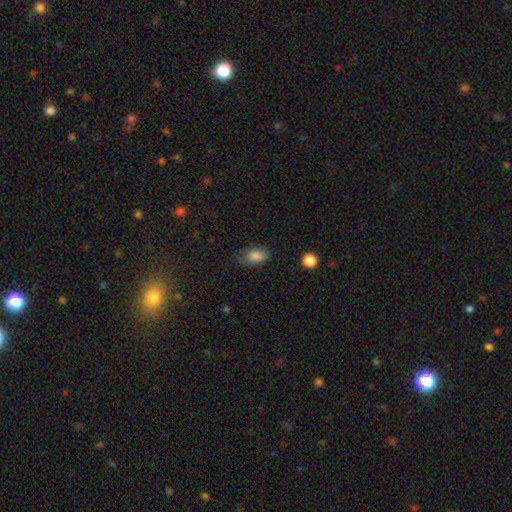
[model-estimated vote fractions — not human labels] This appears to be a smooth galaxy with no disk features (84%) that is in between round and cigar-shaped (88%). Merging: none (72%).